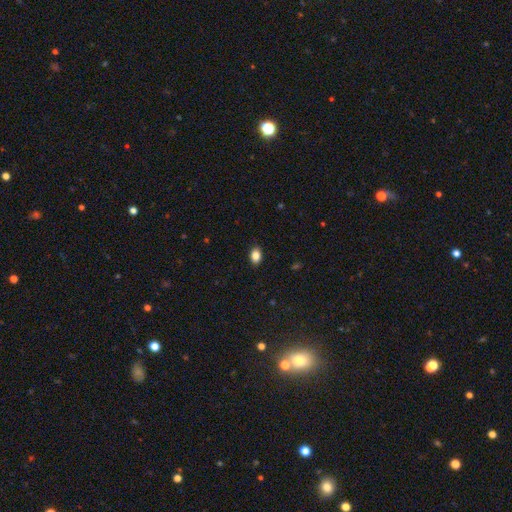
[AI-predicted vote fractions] The model was most divided on "how rounded": in between: 80%, round: 19%, cigar-shaped: 1%. More confident: merging — none (89%); smooth or featured — smooth (86%).